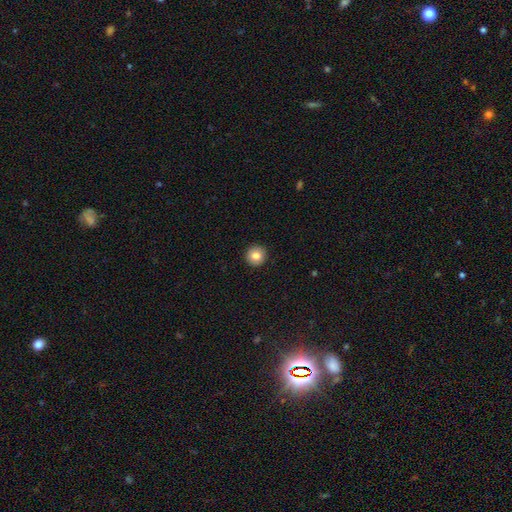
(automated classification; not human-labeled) Q: Smooth or featured?
A: smooth (84%); runner-up: star or artifact (8%)
Q: How rounded?
A: round (94%); runner-up: in between (5%)
Q: Merging?
A: none (93%); runner-up: minor disturbance (5%)